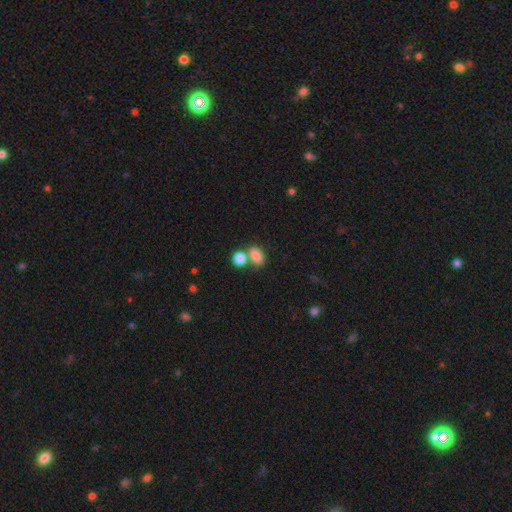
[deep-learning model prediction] smooth_or_featured: smooth (p=0.82) [alt: star or artifact p=0.10]
how_rounded: in between (p=0.73) [alt: round p=0.25]
merging: none (p=0.45) [alt: merger p=0.40]